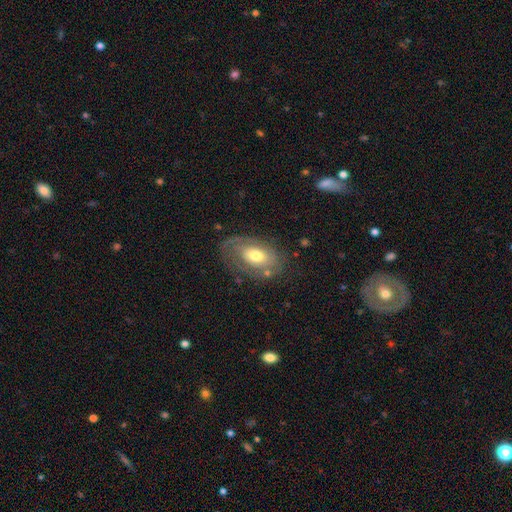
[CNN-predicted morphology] smooth-or-featured: featured or disk: 59% | smooth: 34% | star or artifact: 7%
  disk-edge-on: no: 92% | yes: 8%
    bar: no: 73% | weak: 22% | strong: 6%
    has-spiral-arms: yes: 65% | no: 35%
    bulge-size: moderate: 66% | small: 16% | large: 15% | dominant: 2% | none: 1%
  merging: none: 64% | minor disturbance: 21% | major disturbance: 12% | merger: 3%